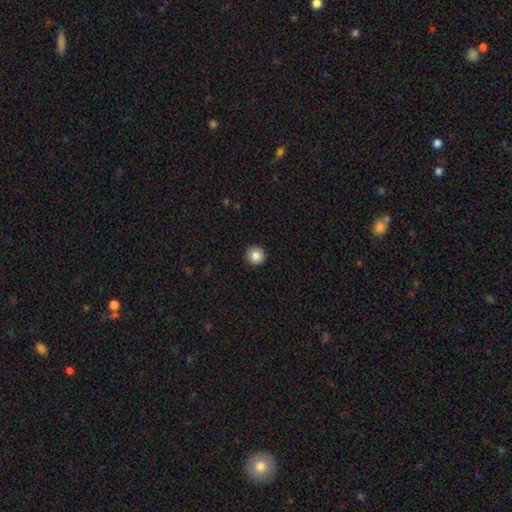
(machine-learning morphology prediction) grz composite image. It shows a smooth galaxy with no disk features (85%) that is round (96%). Merging: none (93%).